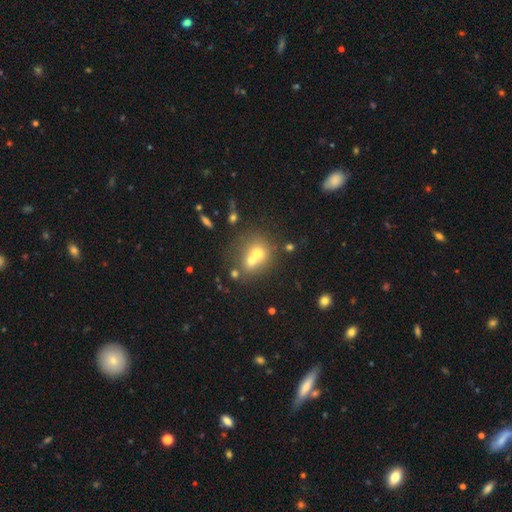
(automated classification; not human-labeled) smooth_or_featured: smooth (p=0.61) [alt: featured or disk p=0.24]
how_rounded: round (p=0.74) [alt: in between p=0.25]
merging: merger (p=0.59) [alt: none p=0.30]